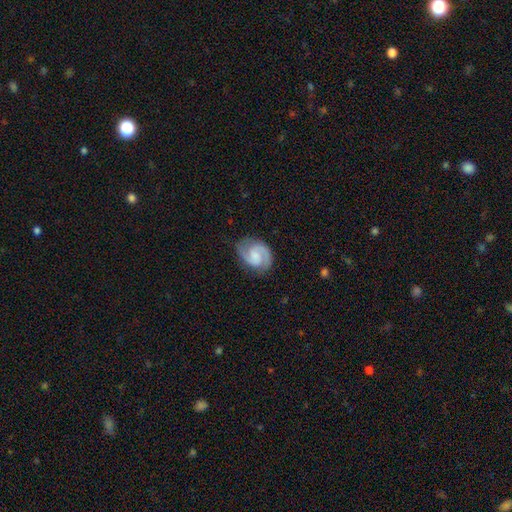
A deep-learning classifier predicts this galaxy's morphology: Smooth or featured?
  - featured or disk: 83% *
  - smooth: 11%
  - star or artifact: 5%
Edge-on disk?
  - no: 98% *
  - yes: 2%
Bar?
  - weak: 46% *
  - no: 44%
  - strong: 10%
Spiral arms?
  - yes: 97% *
  - no: 3%
Spiral winding?
  - medium: 55% *
  - tight: 31%
  - loose: 15%
Spiral arm count?
  - 2: 92% *
  - can't tell: 3%
  - 1: 2%
  - 3: 1%
  - 4: 1%
  - more than 4: 1%
Bulge size?
  - none: 36% *
  - small: 30%
  - moderate: 26%
  - large: 7%
  - dominant: 1%
Merging?
  - none: 79% *
  - minor disturbance: 15%
  - major disturbance: 5%
  - merger: 1%